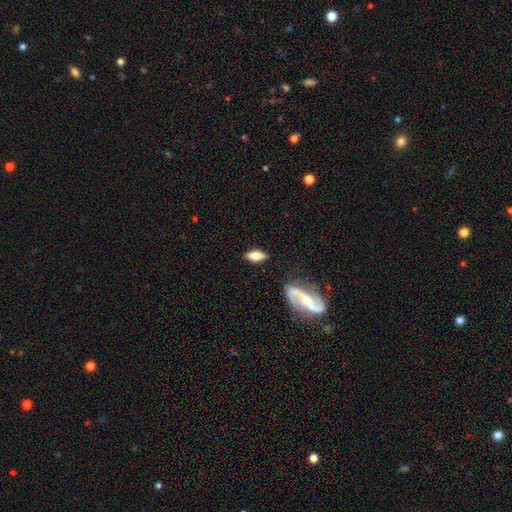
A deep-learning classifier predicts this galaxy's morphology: This is likely a smooth galaxy (62%). How rounded: likely in between (77%). Merging: clearly none (84%).